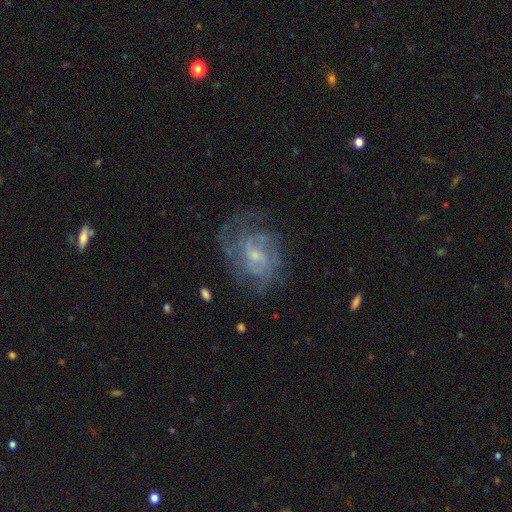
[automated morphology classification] A featured or disk galaxy (80%) with a weak bar (47%), tight (44%) spiral arms (88%) and a small central bulge (66%).

Vote fractions:
- Smooth or featured? featured or disk: 80% / smooth: 12% / star or artifact: 8%
- Edge-on disk? no: 97% / yes: 3%
- Bar? weak: 47% / no: 46% / strong: 8%
- Spiral arms? yes: 88% / no: 12%
- Spiral winding? tight: 44% / medium: 42% / loose: 14%
- Spiral arm count? can't tell: 39% / 2: 25% / 3: 18% / 4: 9% / 1: 5% / more than 4: 5%
- Bulge size? small: 66% / moderate: 25% / none: 7% / large: 1% / dominant: 1%
- Merging? none: 61% / minor disturbance: 20% / major disturbance: 17% / merger: 2%